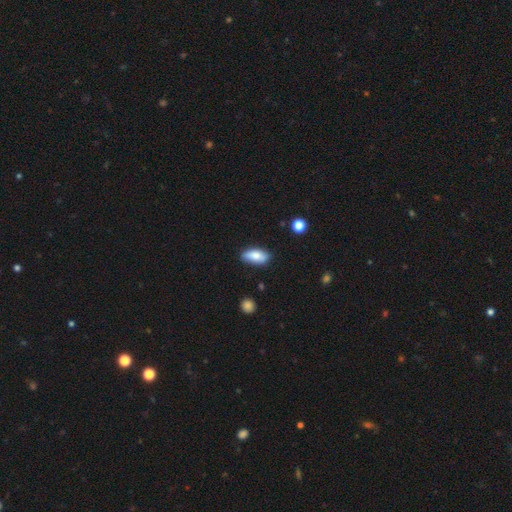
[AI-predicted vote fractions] Smooth or featured? smooth (80%)
How rounded? in between (87%)
Merging? none (80%)